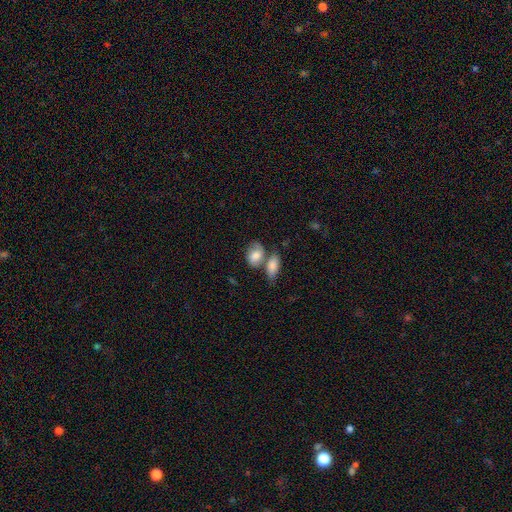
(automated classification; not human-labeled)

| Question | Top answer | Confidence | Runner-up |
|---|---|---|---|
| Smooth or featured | smooth | 70% | featured or disk (23%) |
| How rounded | in between | 77% | round (20%) |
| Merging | merger | 41% | none (35%) |